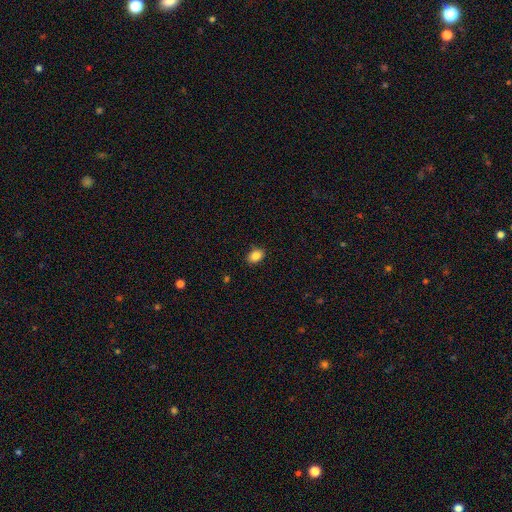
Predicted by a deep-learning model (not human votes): Smooth or featured: smooth — 87% (star or artifact — 9%)
How rounded: in between — 78% (round — 21%)
Merging: none — 87% (minor disturbance — 10%)